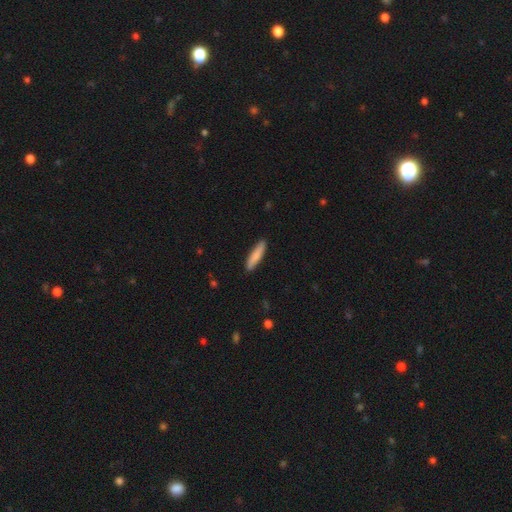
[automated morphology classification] This is clearly a smooth galaxy (80%). How rounded: clearly cigar-shaped (83%). Merging: clearly none (89%).